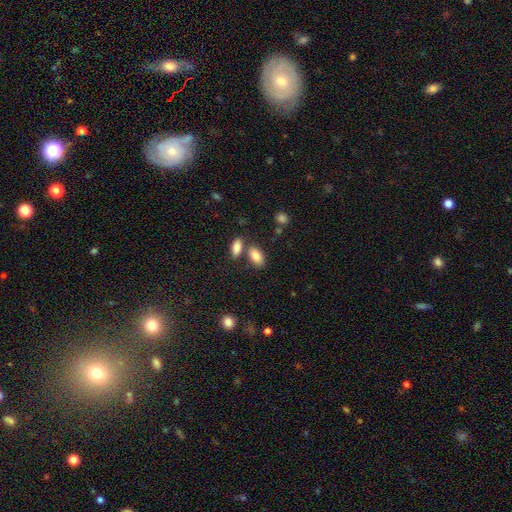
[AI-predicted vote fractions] A smooth galaxy with no disk features (85%) that is in between round and cigar-shaped (91%). Merging: none (64%).